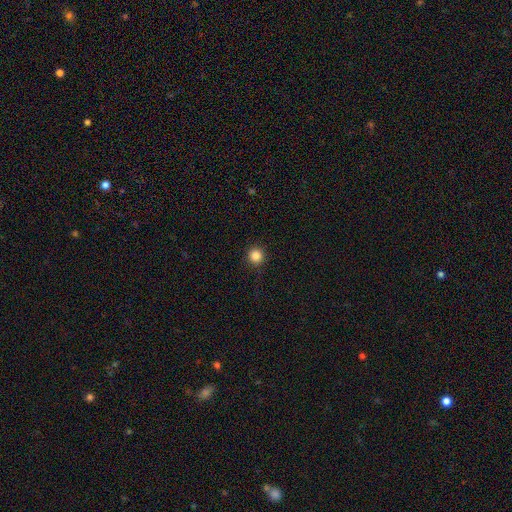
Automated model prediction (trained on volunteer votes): This appears to be a smooth galaxy with no disk features (85%) that is round (96%). Merging: none (92%).